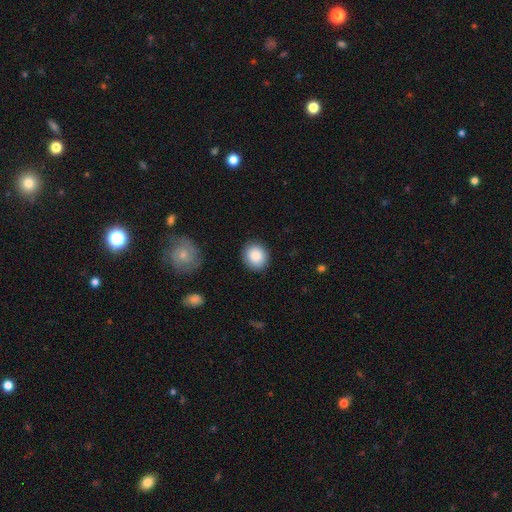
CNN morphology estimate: smooth_or_featured: smooth (p=0.88) [alt: star or artifact p=0.07]
how_rounded: round (p=0.75) [alt: in between p=0.25]
merging: none (p=0.89) [alt: minor disturbance p=0.08]